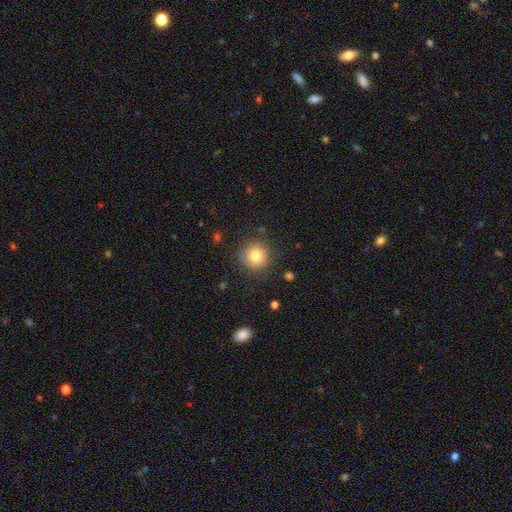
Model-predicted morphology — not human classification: Smooth or featured? Predicted: smooth (p=0.81). How rounded? Predicted: round (p=0.92). Merging? Predicted: none (p=0.86).